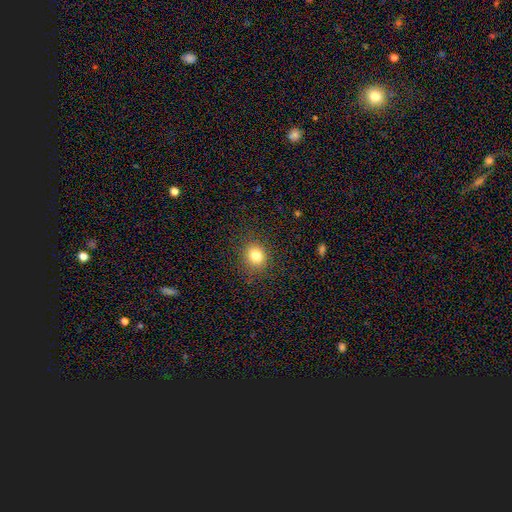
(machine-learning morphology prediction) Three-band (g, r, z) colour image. It shows a smooth galaxy with no disk features (80%) that is round (81%). Merging: none (88%).